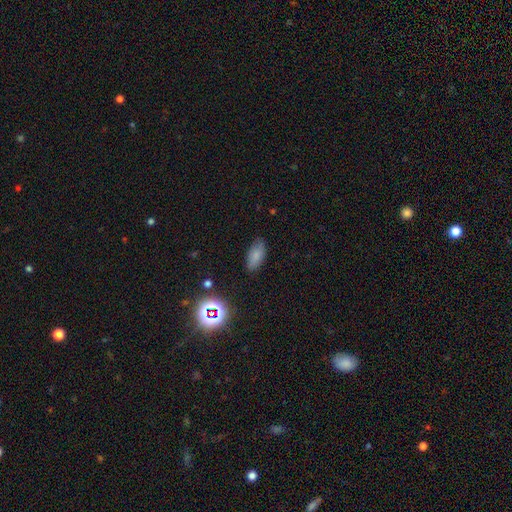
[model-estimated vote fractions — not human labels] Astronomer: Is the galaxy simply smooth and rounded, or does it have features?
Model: smooth — 79%.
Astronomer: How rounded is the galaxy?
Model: in between — 89%.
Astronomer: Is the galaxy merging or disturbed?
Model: none — 78%.